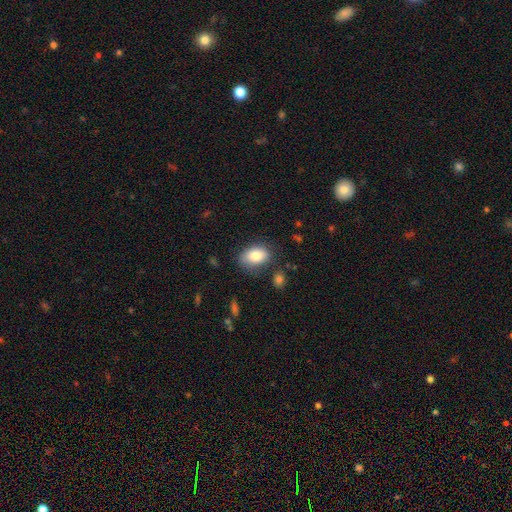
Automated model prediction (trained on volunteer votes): smooth_or_featured: smooth (p=0.82) [alt: featured or disk p=0.11]
how_rounded: in between (p=0.86) [alt: round p=0.12]
merging: none (p=0.74) [alt: minor disturbance p=0.18]